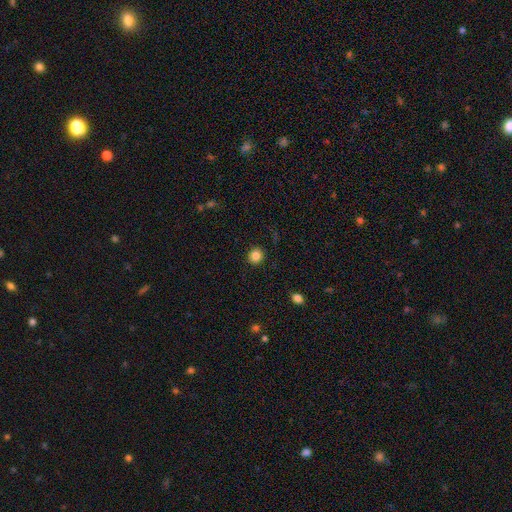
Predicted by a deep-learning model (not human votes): The model was most divided on "smooth or featured": smooth: 83%, star or artifact: 11%, featured or disk: 5%. More confident: merging — none (91%); how rounded — round (87%).